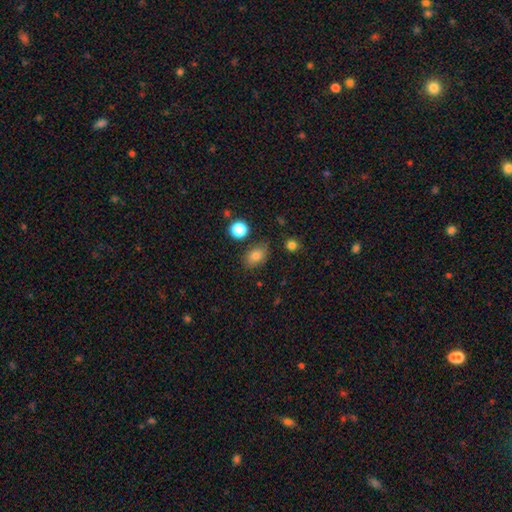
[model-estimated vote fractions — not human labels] smooth_or_featured: smooth (p=0.82) [alt: star or artifact p=0.11]
how_rounded: in between (p=0.79) [alt: round p=0.19]
merging: none (p=0.80) [alt: minor disturbance p=0.14]